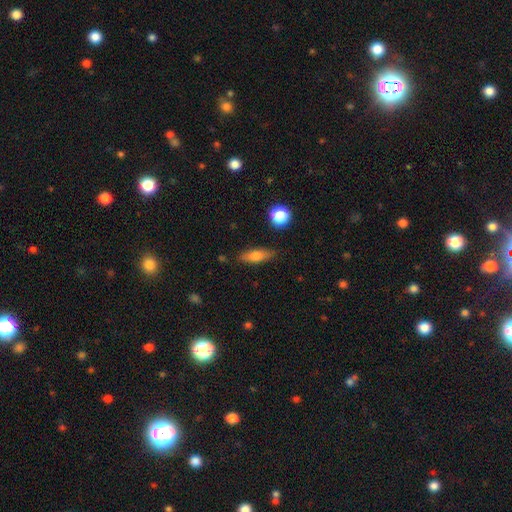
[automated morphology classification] Smooth or featured: smooth — 71% (featured or disk — 20%)
How rounded: in between — 57% (cigar-shaped — 38%)
Merging: none — 82% (minor disturbance — 12%)